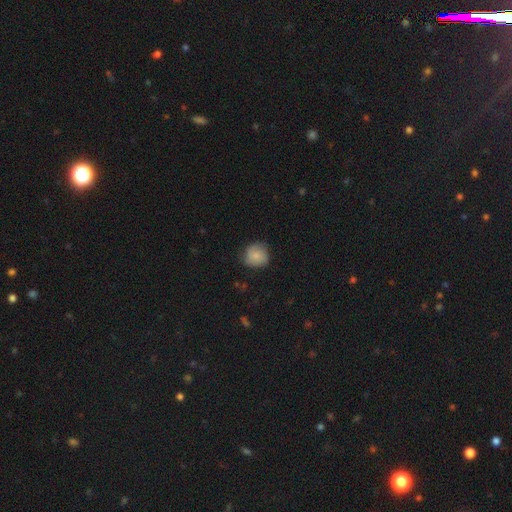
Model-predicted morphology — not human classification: Smooth or featured? Predicted: smooth (p=0.78). How rounded? Predicted: round (p=0.88). Merging? Predicted: none (p=0.72).